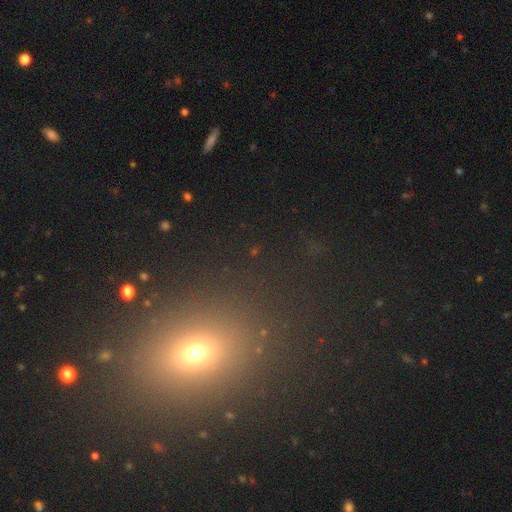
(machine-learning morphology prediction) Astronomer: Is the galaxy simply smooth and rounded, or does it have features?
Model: smooth — 46% (runner-up: star or artifact, 43%).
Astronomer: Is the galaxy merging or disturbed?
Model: none — 85%.